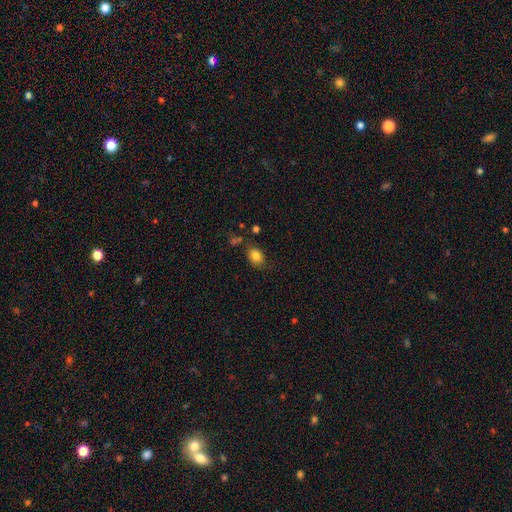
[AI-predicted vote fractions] This is clearly a smooth galaxy (82%). How rounded: likely in between (69%). Merging: likely none (72%).